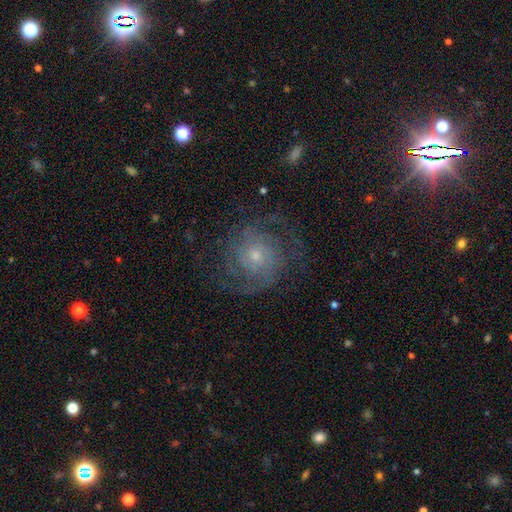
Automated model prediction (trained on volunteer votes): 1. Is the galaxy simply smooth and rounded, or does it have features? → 77% featured or disk, 14% smooth, 9% star or artifact.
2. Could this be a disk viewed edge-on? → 98% no, 2% yes.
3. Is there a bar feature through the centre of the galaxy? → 74% no, 22% weak, 4% strong.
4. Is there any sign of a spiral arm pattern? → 93% yes, 7% no.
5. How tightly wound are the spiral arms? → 51% tight, 37% medium, 12% loose.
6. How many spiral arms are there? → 43% 2, 28% can't tell, 13% 3, 6% 4, 5% 1, 5% more than 4.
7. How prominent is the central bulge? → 61% small, 33% moderate, 3% large, 2% none, 1% dominant.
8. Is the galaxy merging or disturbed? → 72% none, 15% minor disturbance, 12% major disturbance, 1% merger.